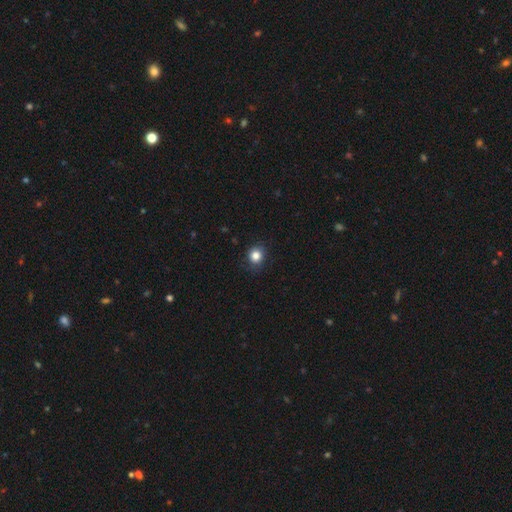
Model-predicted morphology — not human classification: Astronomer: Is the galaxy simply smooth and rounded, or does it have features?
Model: smooth — 83%.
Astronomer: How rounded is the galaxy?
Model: round — 85%.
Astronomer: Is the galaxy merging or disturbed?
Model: none — 85%.